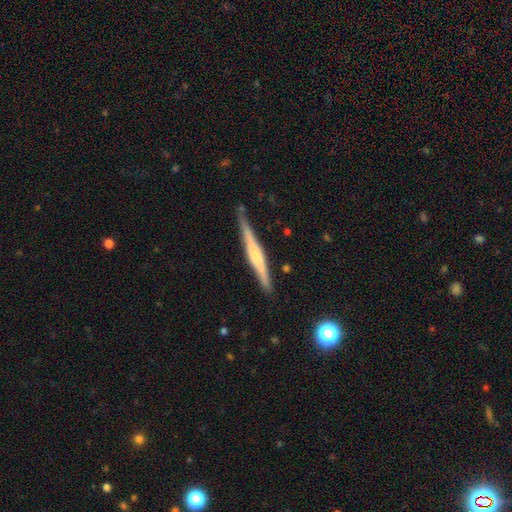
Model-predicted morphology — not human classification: smooth_or_featured: featured or disk (p=0.67) [alt: smooth p=0.28]
disk_edge_on: yes (p=0.97) [alt: no p=0.03]
edge_on_bulge: rounded (p=0.52) [alt: boxy p=0.28]
merging: none (p=0.84) [alt: minor disturbance p=0.12]